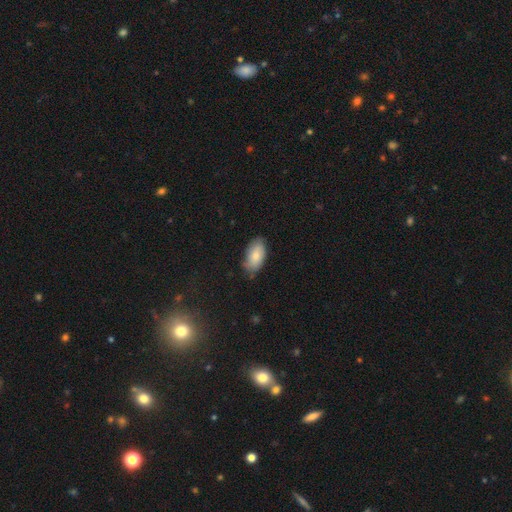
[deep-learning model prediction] This appears to be a smooth galaxy with no disk features (80%) that is in between round and cigar-shaped (94%). Merging: none (73%).